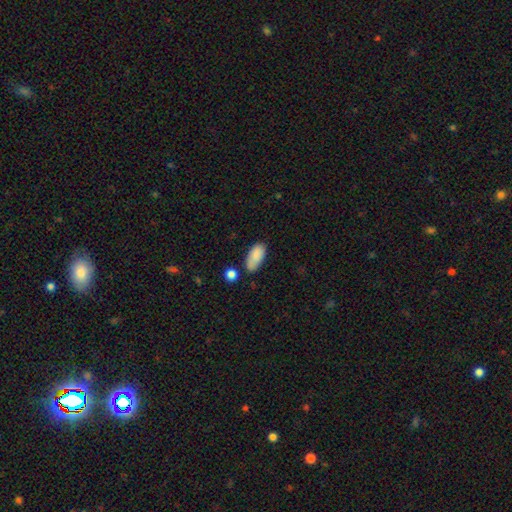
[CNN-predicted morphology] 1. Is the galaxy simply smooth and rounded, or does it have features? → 87% smooth, 7% star or artifact, 6% featured or disk.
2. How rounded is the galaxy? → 90% in between, 8% cigar-shaped, 2% round.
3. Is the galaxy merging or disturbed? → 64% none, 24% minor disturbance, 7% merger, 5% major disturbance.